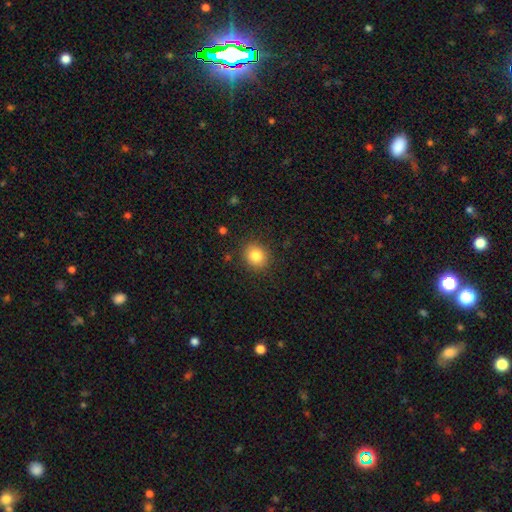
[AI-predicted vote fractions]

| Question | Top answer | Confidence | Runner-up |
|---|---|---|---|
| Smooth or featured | smooth | 83% | star or artifact (10%) |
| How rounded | round | 77% | in between (22%) |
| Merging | none | 88% | minor disturbance (8%) |